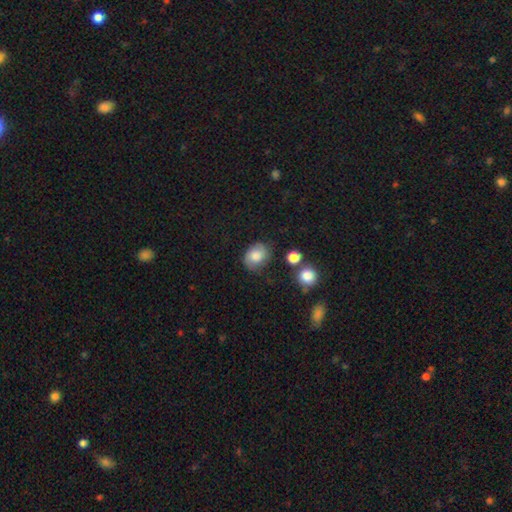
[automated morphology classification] type=smooth (59%); roundness=in between (50%); merging=none (70%).